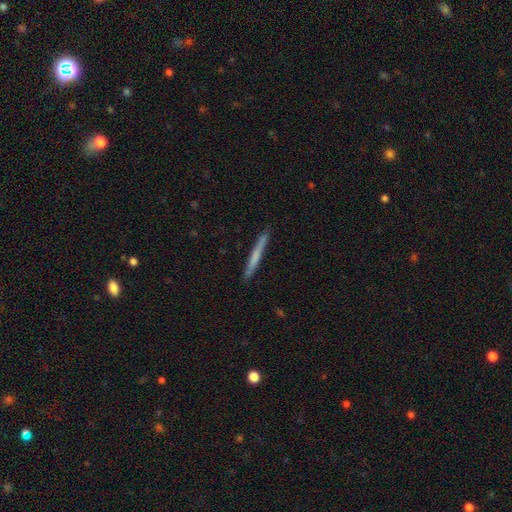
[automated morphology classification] Smooth or featured?
  - smooth: 56% *
  - featured or disk: 38%
  - star or artifact: 6%
How rounded?
  - cigar-shaped: 97% *
  - in between: 2%
  - round: 1%
Merging?
  - none: 90% *
  - minor disturbance: 8%
  - major disturbance: 1%
  - merger: 1%